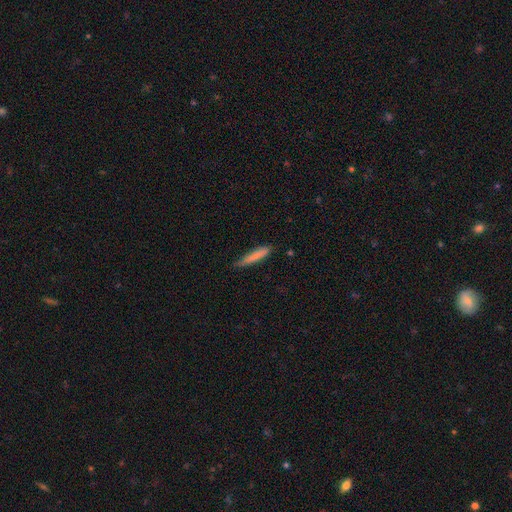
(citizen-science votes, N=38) Smooth or featured? smooth (76%)
How rounded? cigar-shaped (90%)
Merging? none (58%)